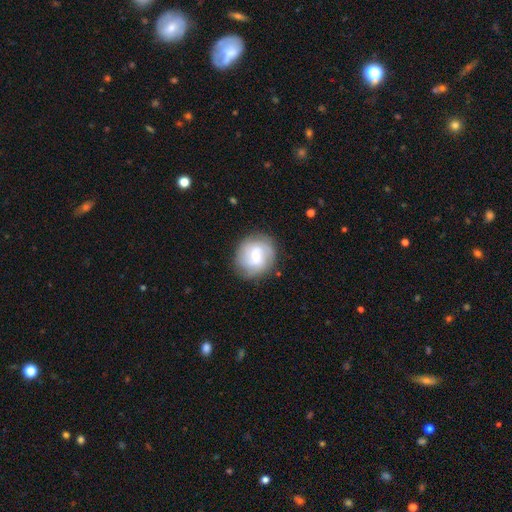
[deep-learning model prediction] A featured or disk galaxy (56%) with a weak bar (45%), spiral arms (83%) and a moderate central bulge (48%).

Vote fractions:
- Smooth or featured? featured or disk: 56% / smooth: 37% / star or artifact: 7%
- Edge-on disk? no: 97% / yes: 3%
- Bar? weak: 45% / no: 44% / strong: 11%
- Spiral arms? yes: 83% / no: 17%
- Bulge size? moderate: 48% / small: 47% / large: 3% / none: 1% / dominant: 1%
- Merging? none: 83% / minor disturbance: 12% / major disturbance: 4% / merger: 1%